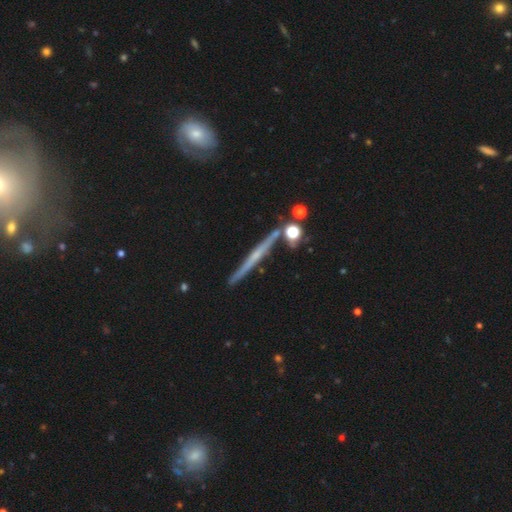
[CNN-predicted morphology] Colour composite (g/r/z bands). It shows a featured or disk galaxy (69%) viewed edge-on (97%) with no central bulge (61%). Merging: none (86%).